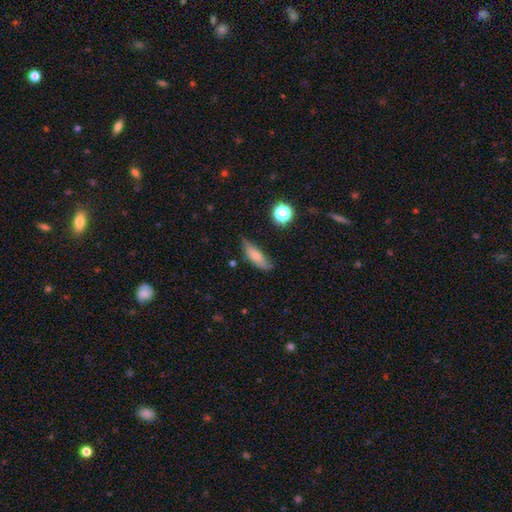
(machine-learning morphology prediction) Smooth or featured?
  - smooth: 71% *
  - featured or disk: 20%
  - star or artifact: 9%
How rounded?
  - in between: 59% *
  - cigar-shaped: 38%
  - round: 4%
Merging?
  - none: 64% *
  - minor disturbance: 28%
  - major disturbance: 6%
  - merger: 3%